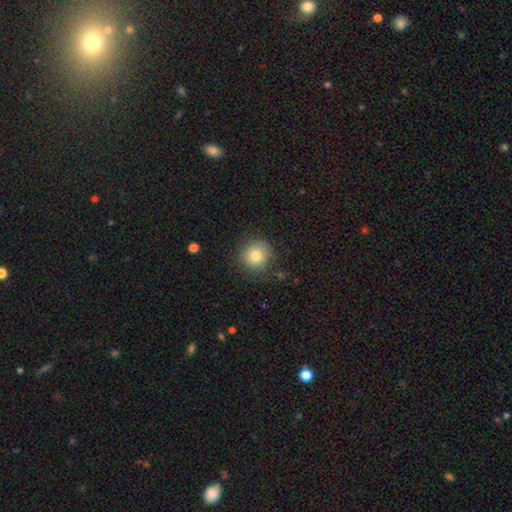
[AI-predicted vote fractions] This is clearly a smooth galaxy (81%). How rounded: clearly round (93%). Merging: clearly none (83%).